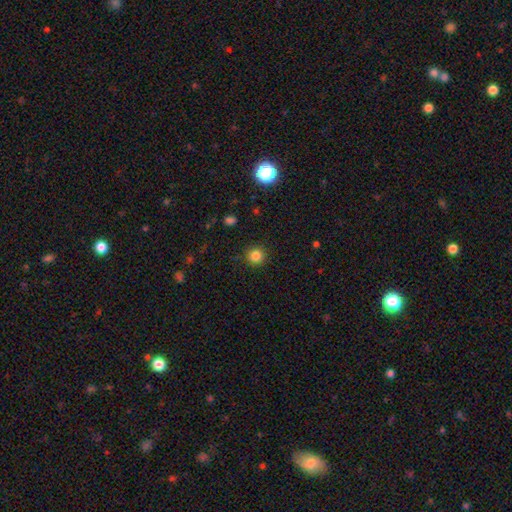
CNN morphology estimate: Q: Smooth or featured?
A: smooth (83%); runner-up: star or artifact (12%)
Q: How rounded?
A: round (94%); runner-up: in between (5%)
Q: Merging?
A: none (91%); runner-up: minor disturbance (6%)